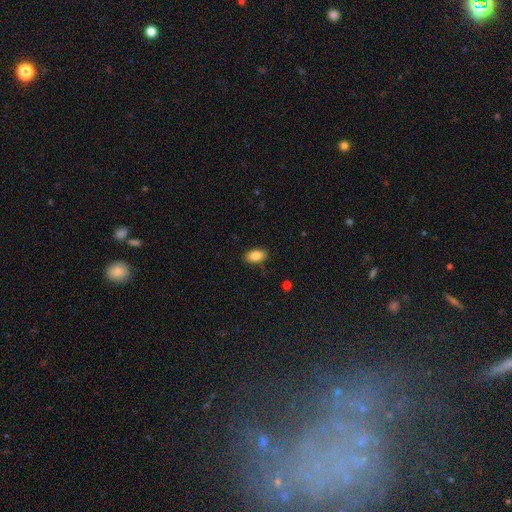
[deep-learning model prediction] A smooth galaxy with no disk features (85%) that is in between round and cigar-shaped (92%).

Vote fractions:
- Smooth or featured? smooth: 85% / star or artifact: 8% / featured or disk: 8%
- How rounded? in between: 92% / round: 6% / cigar-shaped: 3%
- Merging? none: 86% / minor disturbance: 11% / major disturbance: 2% / merger: 1%